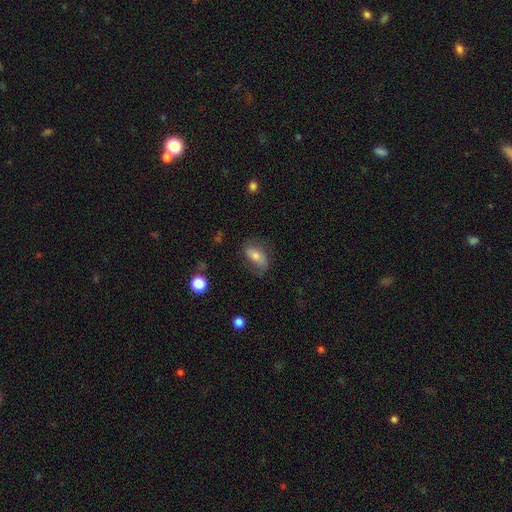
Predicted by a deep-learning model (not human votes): Q: Smooth or featured?
A: smooth (55%); runner-up: featured or disk (36%)
Q: How rounded?
A: in between (85%); runner-up: round (8%)
Q: Merging?
A: none (59%); runner-up: minor disturbance (24%)